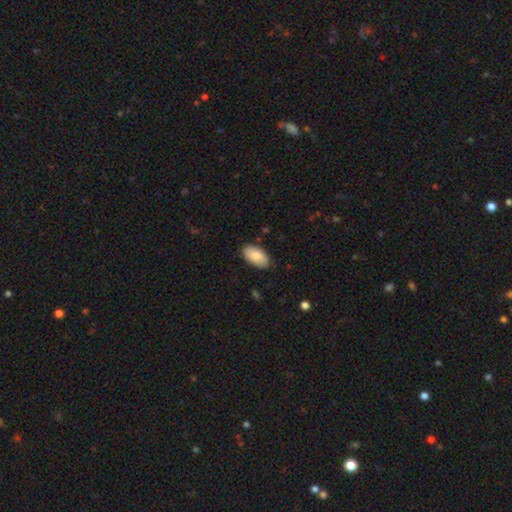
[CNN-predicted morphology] This is clearly a smooth galaxy (84%). How rounded: clearly in between (95%). Merging: clearly none (85%).